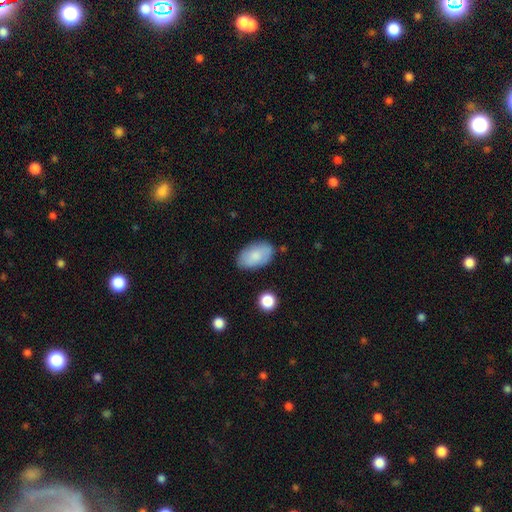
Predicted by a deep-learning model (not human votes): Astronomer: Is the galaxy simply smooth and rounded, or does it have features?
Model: smooth — 79%.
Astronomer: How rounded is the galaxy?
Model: in between — 94%.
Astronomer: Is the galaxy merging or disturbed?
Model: none — 78%.